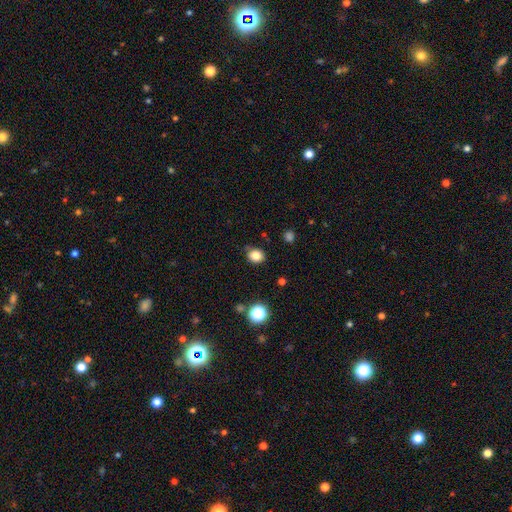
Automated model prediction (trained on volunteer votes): Smooth or featured? smooth (82%)
How rounded? round (65%)
Merging? none (80%)